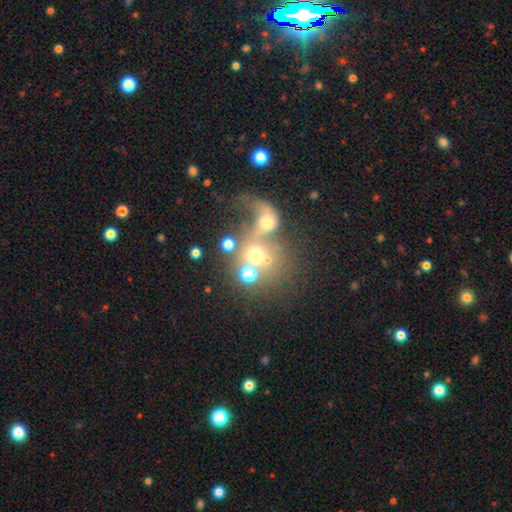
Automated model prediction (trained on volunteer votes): smooth-or-featured: smooth: 48% | featured or disk: 32% | star or artifact: 21%
  merging: merger: 58% | none: 19% | major disturbance: 16% | minor disturbance: 7%